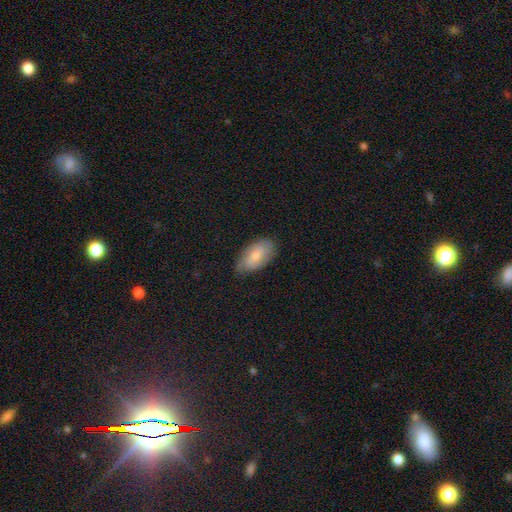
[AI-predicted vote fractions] smooth_or_featured: smooth (p=0.66) [alt: featured or disk p=0.28]
how_rounded: in between (p=0.93) [alt: round p=0.04]
merging: none (p=0.72) [alt: minor disturbance p=0.23]